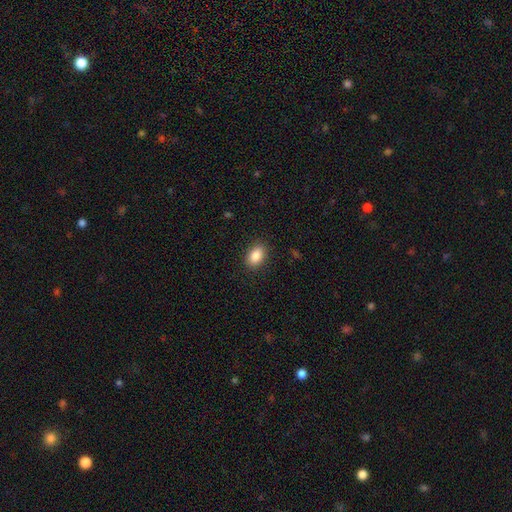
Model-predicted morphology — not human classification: Q: Smooth or featured?
A: smooth (87%); runner-up: star or artifact (8%)
Q: How rounded?
A: in between (86%); runner-up: round (13%)
Q: Merging?
A: none (88%); runner-up: minor disturbance (9%)